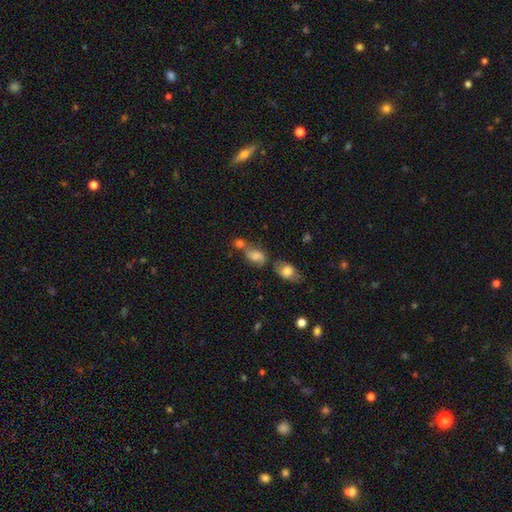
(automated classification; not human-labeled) This appears to be a smooth galaxy with no disk features (60%) that is in between round and cigar-shaped (75%). Merging: none (39%).